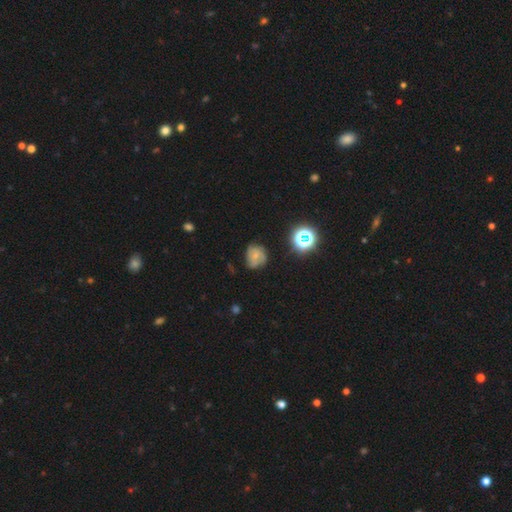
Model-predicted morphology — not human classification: A featured or disk galaxy (44%). Merging: none (58%).